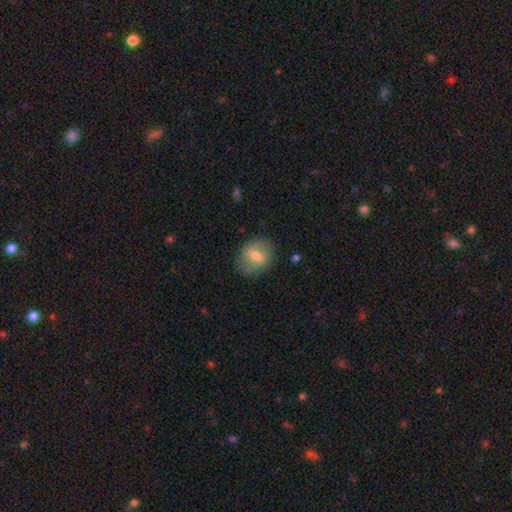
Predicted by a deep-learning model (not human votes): smooth 56%, featured or disk 37%, star or artifact 8%. Down the decision tree: how rounded — round (56%); merging — none (79%).